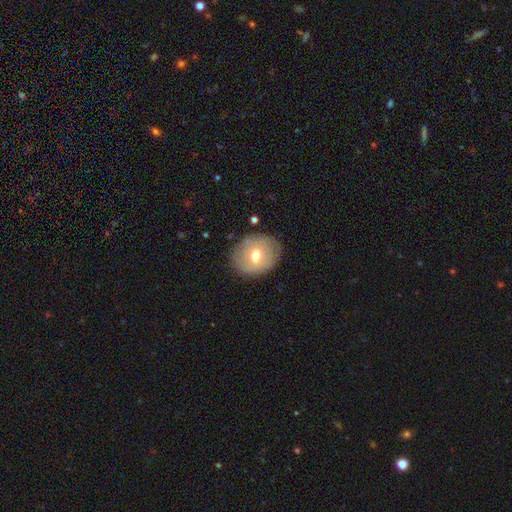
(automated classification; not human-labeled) smooth_or_featured: smooth (p=0.63) [alt: featured or disk p=0.29]
how_rounded: round (p=0.64) [alt: in between p=0.35]
merging: none (p=0.82) [alt: minor disturbance p=0.13]